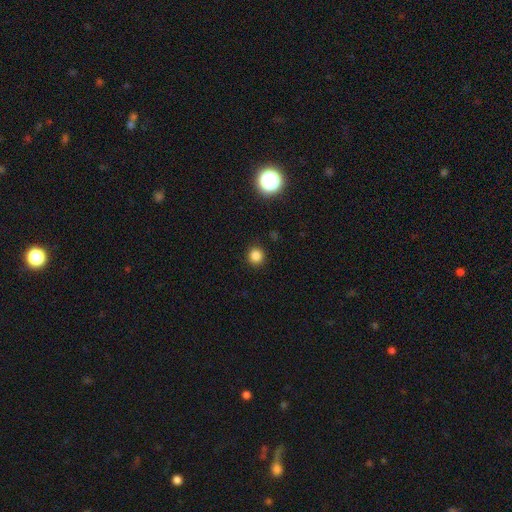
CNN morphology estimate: Overall: smooth (82%). How rounded: round (93%). Merging: none (91%).